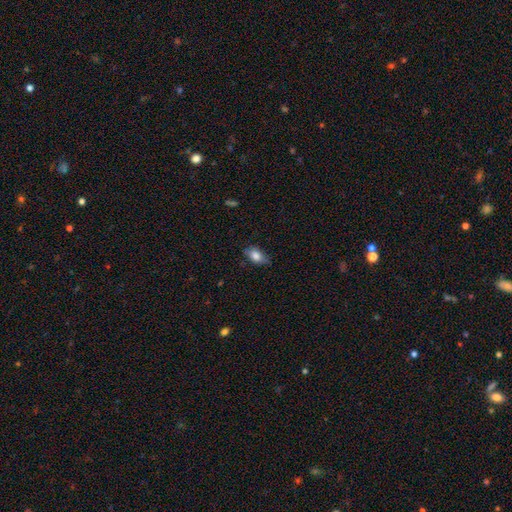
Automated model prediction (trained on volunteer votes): smooth-or-featured: smooth: 80% | featured or disk: 12% | star or artifact: 8%
  how-rounded: in between: 87% | round: 9% | cigar-shaped: 4%
  merging: none: 69% | minor disturbance: 25% | major disturbance: 5% | merger: 1%